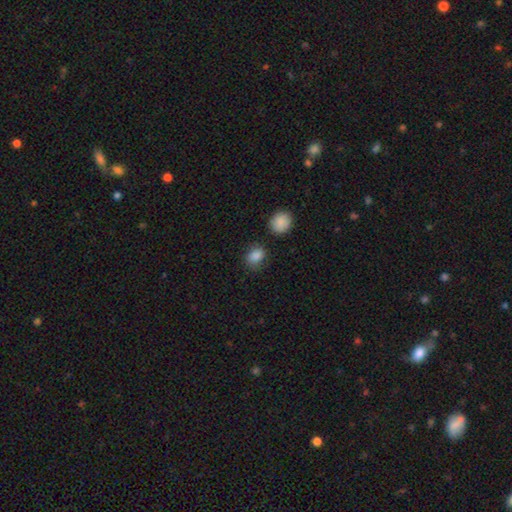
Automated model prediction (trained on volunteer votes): The model was most divided on "how rounded": in between: 55%, round: 44%, cigar-shaped: 1%. More confident: smooth or featured — smooth (86%); merging — none (71%).